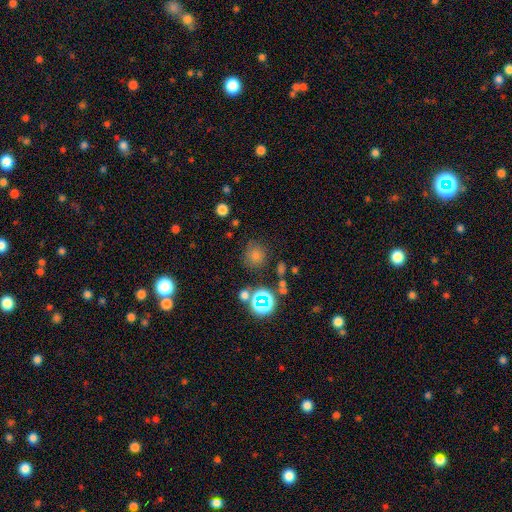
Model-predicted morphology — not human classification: Smooth or featured? Predicted: smooth (p=0.68). How rounded? Predicted: round (p=0.88). Merging? Predicted: none (p=0.77).